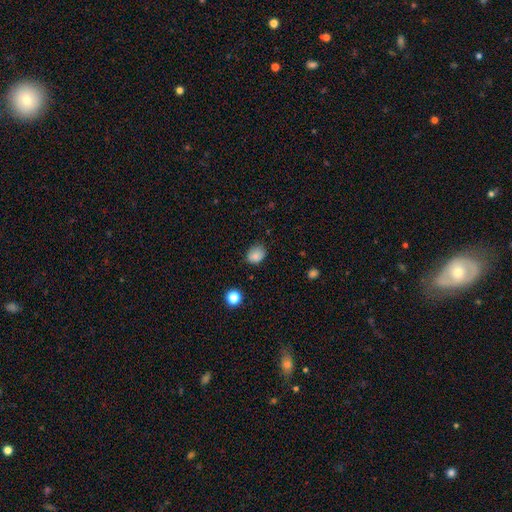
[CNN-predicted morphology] Q: Smooth or featured?
A: smooth (84%); runner-up: star or artifact (11%)
Q: How rounded?
A: round (51%); runner-up: in between (48%)
Q: Merging?
A: none (73%); runner-up: minor disturbance (21%)